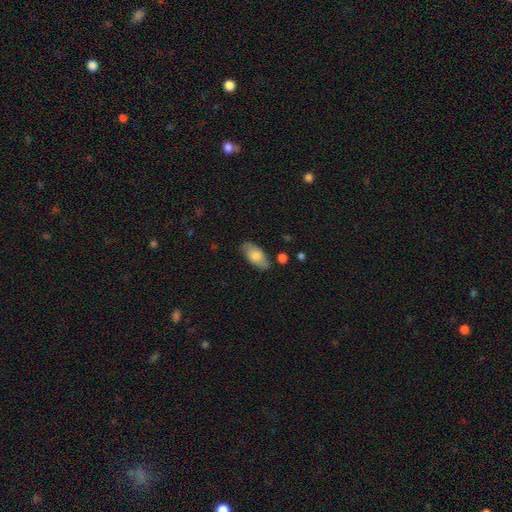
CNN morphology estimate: Smooth or featured? smooth (75%)
How rounded? in between (92%)
Merging? none (80%)